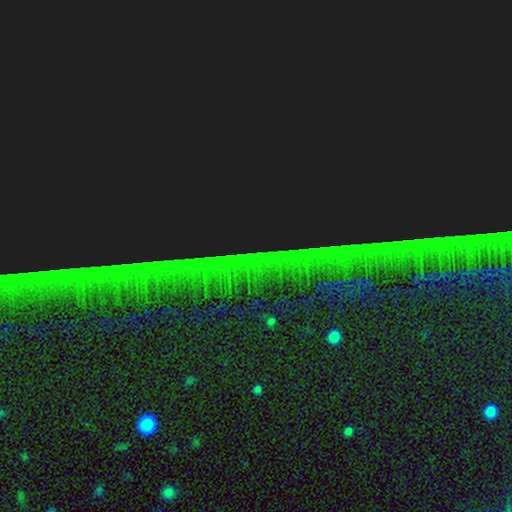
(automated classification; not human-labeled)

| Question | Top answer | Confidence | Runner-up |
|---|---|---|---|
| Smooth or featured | star or artifact | 86% | smooth (7%) |